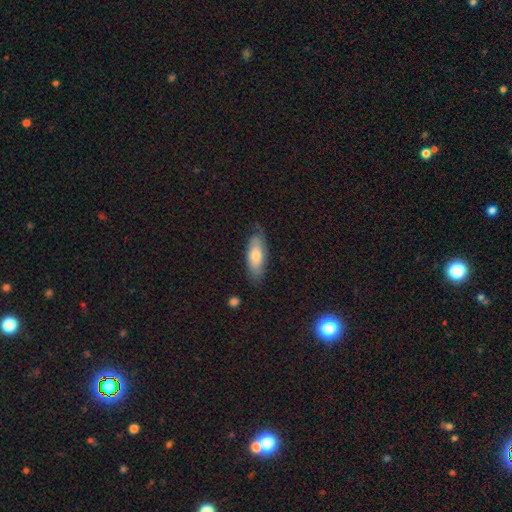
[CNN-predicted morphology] A smooth galaxy with no disk features (64%) that is in between round and cigar-shaped (75%).

Vote fractions:
- Smooth or featured? smooth: 64% / featured or disk: 30% / star or artifact: 6%
- How rounded? in between: 75% / cigar-shaped: 23% / round: 2%
- Merging? none: 70% / minor disturbance: 23% / major disturbance: 6% / merger: 1%